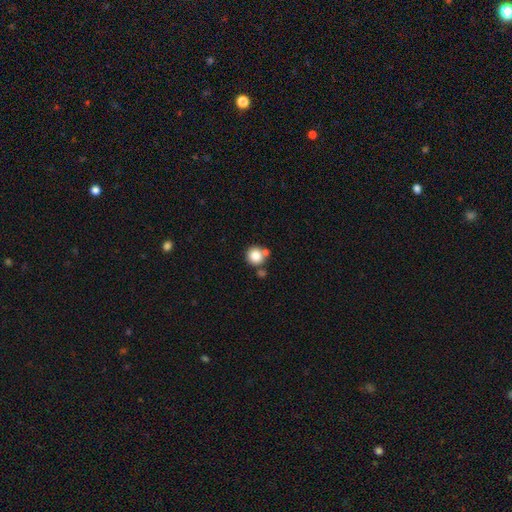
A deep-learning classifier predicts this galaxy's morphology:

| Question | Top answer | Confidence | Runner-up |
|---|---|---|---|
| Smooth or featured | smooth | 82% | star or artifact (10%) |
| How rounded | round | 93% | in between (6%) |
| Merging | none | 64% | merger (22%) |